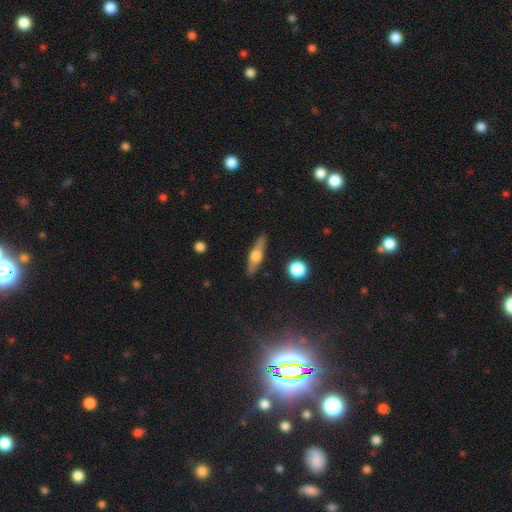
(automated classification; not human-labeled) The model was most divided on "smooth or featured": featured or disk: 54%, smooth: 39%, star or artifact: 6%. More confident: edge-on disk — yes (91%); merging — none (87%).